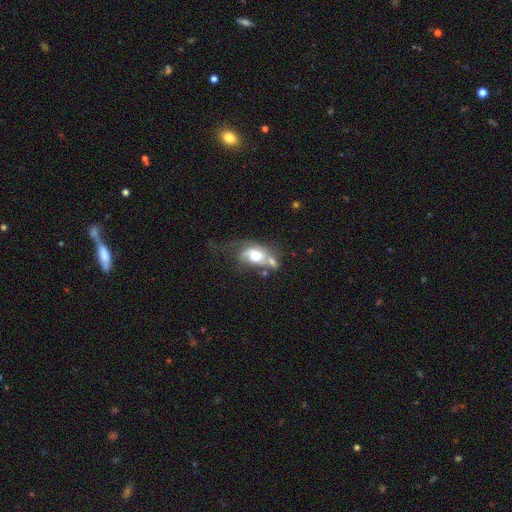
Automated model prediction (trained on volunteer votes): featured or disk 47%, smooth 44%, star or artifact 9%. Down the decision tree: merging — merger (33%).